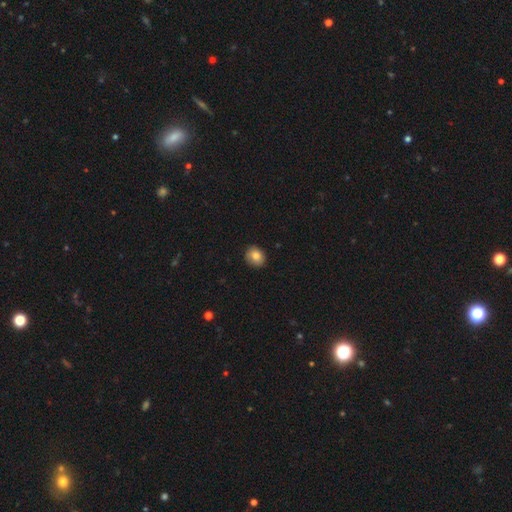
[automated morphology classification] A smooth galaxy with no disk features (82%) that is round (65%).

Vote fractions:
- Smooth or featured? smooth: 82% / featured or disk: 9% / star or artifact: 9%
- How rounded? round: 65% / in between: 34% / cigar-shaped: 1%
- Merging? none: 83% / minor disturbance: 14% / major disturbance: 2% / merger: 1%